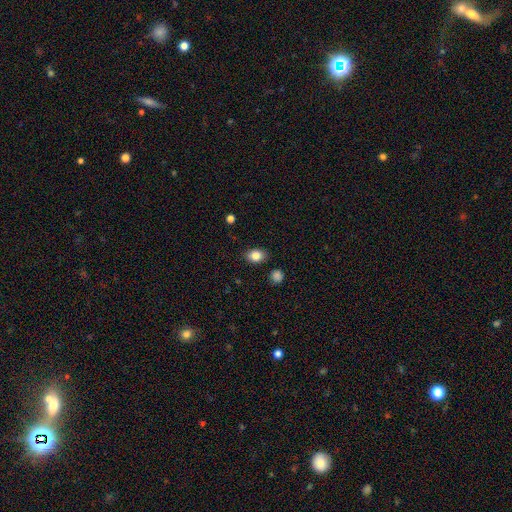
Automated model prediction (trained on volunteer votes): Smooth or featured? smooth (84%)
How rounded? in between (68%)
Merging? none (86%)